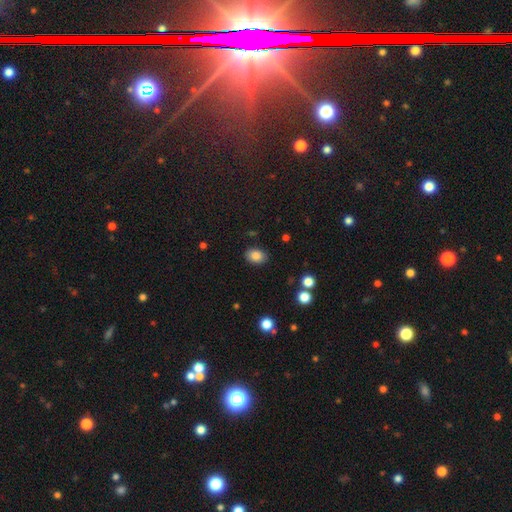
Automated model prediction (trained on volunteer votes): This is clearly a smooth galaxy (84%). How rounded: likely in between (73%). Merging: clearly none (85%).